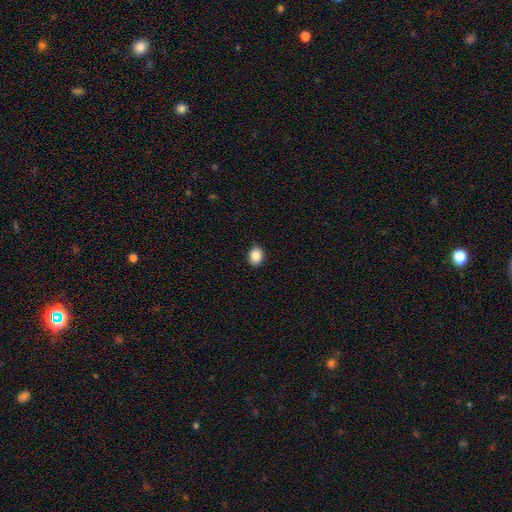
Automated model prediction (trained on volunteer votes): A smooth galaxy with no disk features (87%) that is in between round and cigar-shaped (57%). Merging: none (89%).